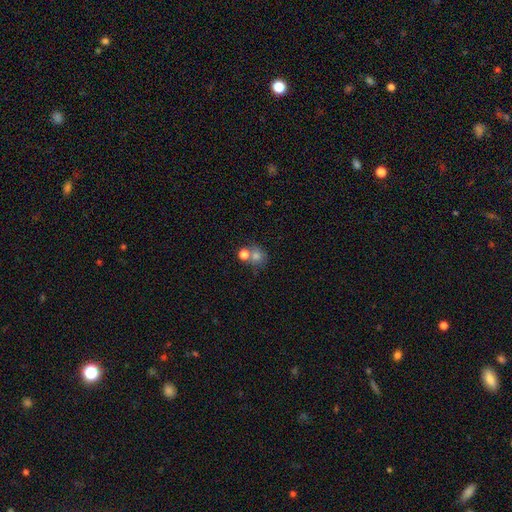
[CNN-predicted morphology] type=smooth (74%); roundness=round (80%); merging=none (48%).